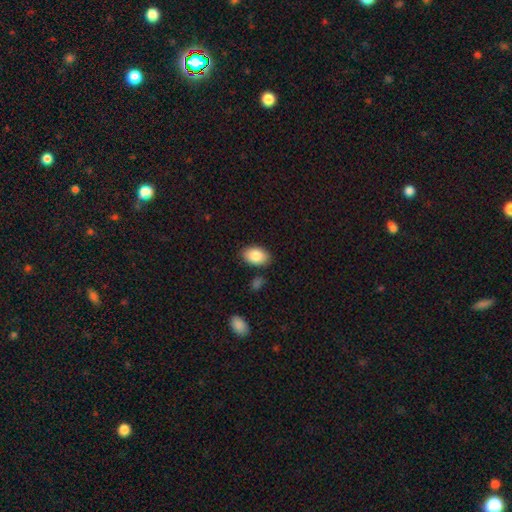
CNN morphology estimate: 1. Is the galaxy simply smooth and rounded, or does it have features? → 87% smooth, 7% star or artifact, 7% featured or disk.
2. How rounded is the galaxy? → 90% in between, 9% round, 1% cigar-shaped.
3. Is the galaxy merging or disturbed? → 85% none, 10% minor disturbance, 3% merger, 2% major disturbance.